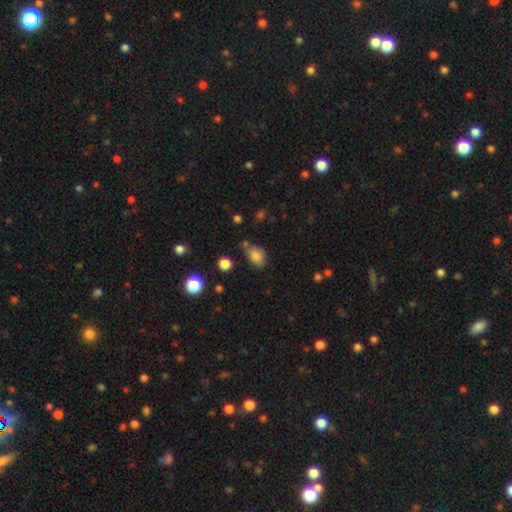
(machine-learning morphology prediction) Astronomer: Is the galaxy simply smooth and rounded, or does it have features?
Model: smooth — 82%.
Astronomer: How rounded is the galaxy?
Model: in between — 68%.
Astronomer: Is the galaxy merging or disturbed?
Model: none — 61%.